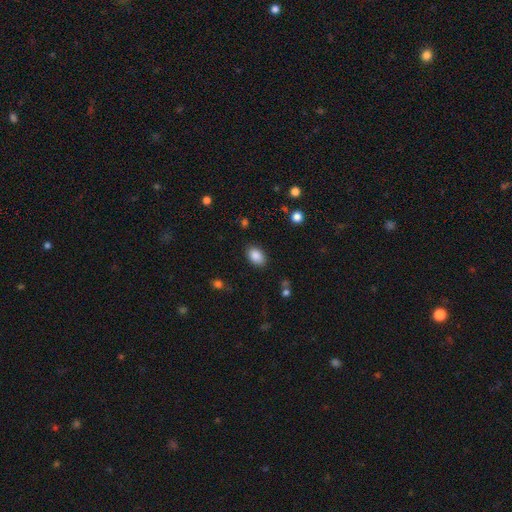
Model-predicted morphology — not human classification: Overall: smooth (87%). How rounded: in between (87%). Merging: none (86%).